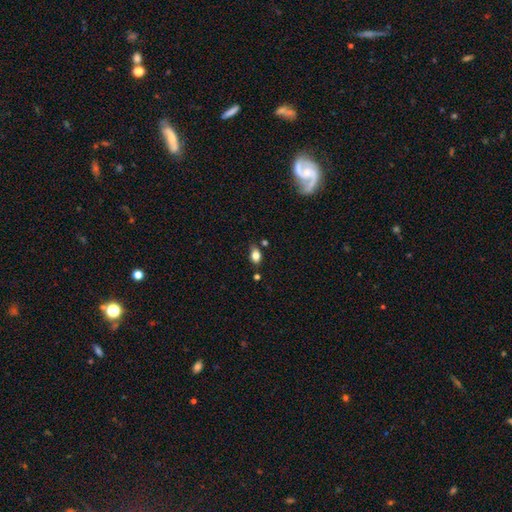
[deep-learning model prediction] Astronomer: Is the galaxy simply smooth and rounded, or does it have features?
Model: smooth — 79%.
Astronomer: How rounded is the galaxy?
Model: in between — 81%.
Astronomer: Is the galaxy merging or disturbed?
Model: none — 71%.